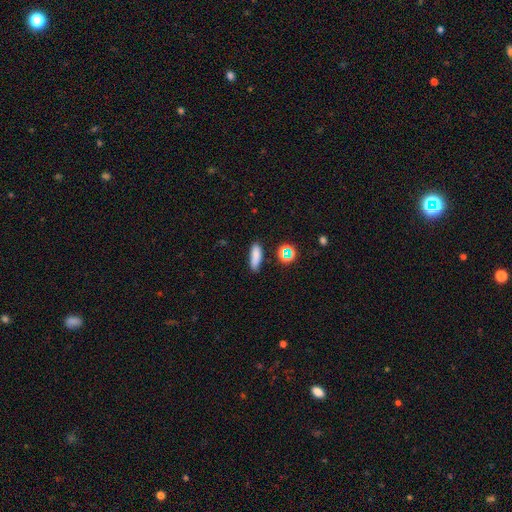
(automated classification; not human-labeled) smooth_or_featured: smooth (p=0.80) [alt: star or artifact p=0.13]
how_rounded: in between (p=0.48) [alt: cigar-shaped p=0.47]
merging: none (p=0.77) [alt: minor disturbance p=0.16]